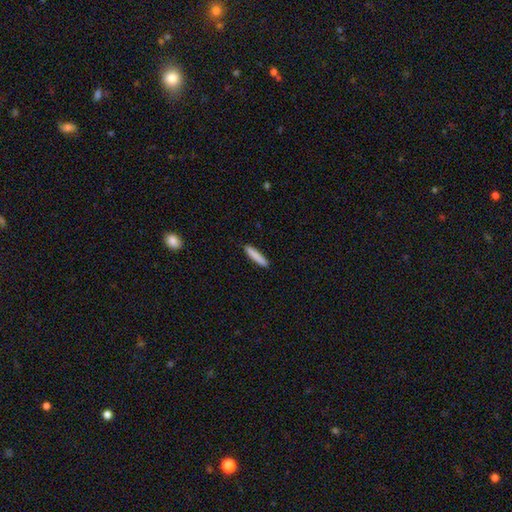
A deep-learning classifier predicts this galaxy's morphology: Overall: smooth (85%). How rounded: cigar-shaped (90%). Merging: none (91%).